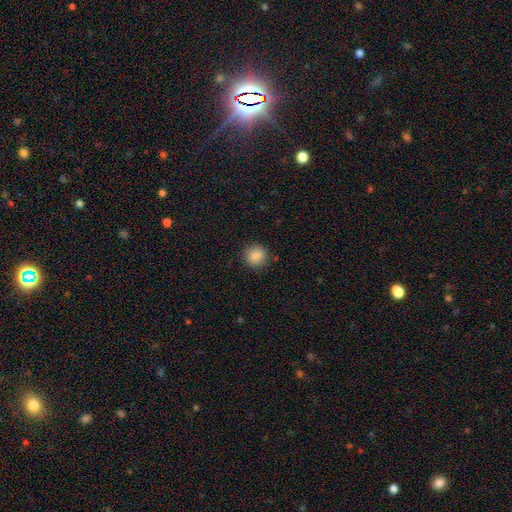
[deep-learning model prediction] Q: Smooth or featured?
A: smooth (86%); runner-up: star or artifact (9%)
Q: How rounded?
A: round (90%); runner-up: in between (9%)
Q: Merging?
A: none (88%); runner-up: minor disturbance (8%)